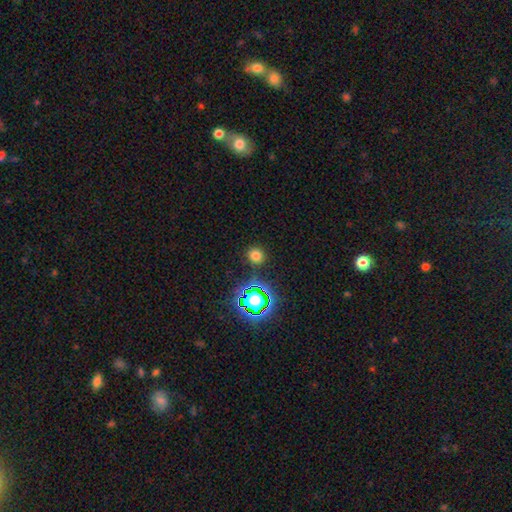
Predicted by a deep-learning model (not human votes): This appears to be a smooth galaxy with no disk features (70%) that is round (89%). Merging: none (87%).